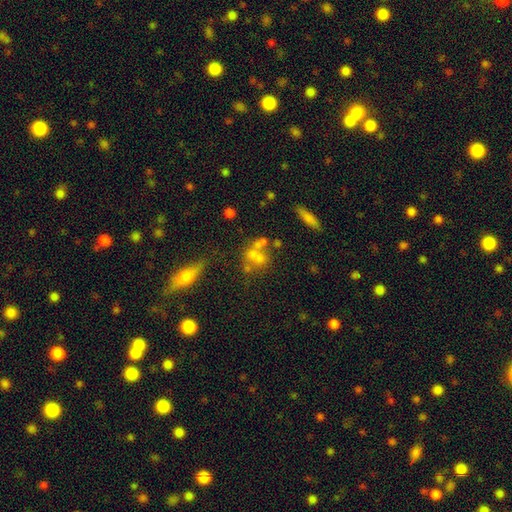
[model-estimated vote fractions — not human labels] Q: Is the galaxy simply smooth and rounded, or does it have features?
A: smooth — 50%.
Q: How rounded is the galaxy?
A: in between — 52%.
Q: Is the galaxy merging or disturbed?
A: merger — 42%.